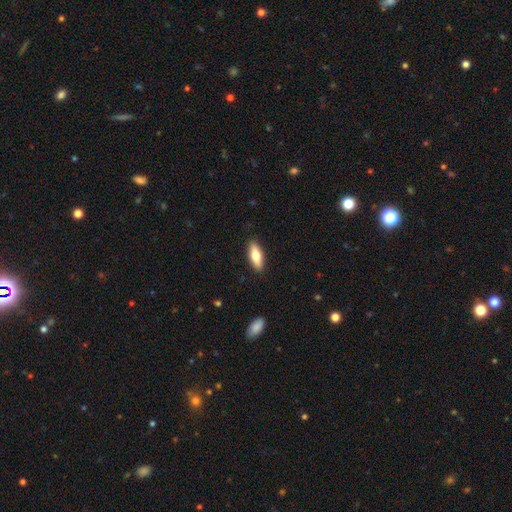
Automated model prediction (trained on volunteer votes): smooth-or-featured: smooth: 68% | featured or disk: 27% | star or artifact: 6%
  how-rounded: in between: 61% | cigar-shaped: 37% | round: 2%
  merging: none: 89% | minor disturbance: 8% | major disturbance: 2% | merger: 1%